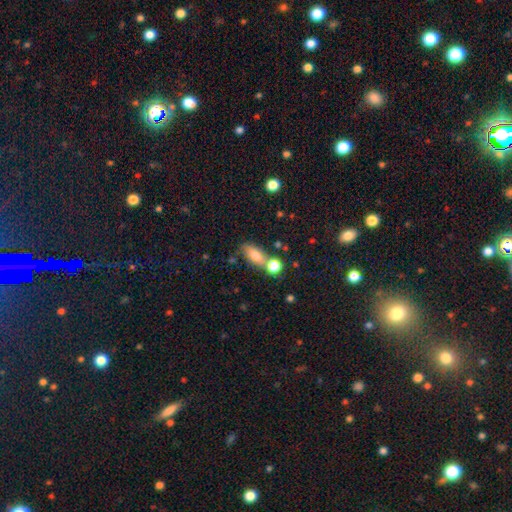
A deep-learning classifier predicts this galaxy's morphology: smooth 72%, featured or disk 17%, star or artifact 11%. Down the decision tree: how rounded — in between (77%); merging — none (62%).